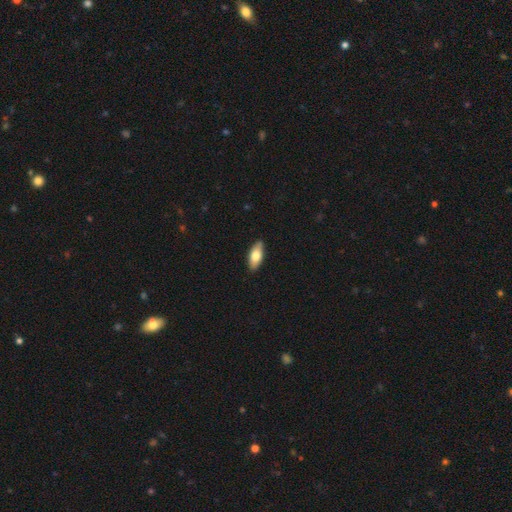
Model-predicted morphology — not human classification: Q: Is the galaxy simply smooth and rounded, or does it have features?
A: smooth — 72%.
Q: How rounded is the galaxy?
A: in between — 84%.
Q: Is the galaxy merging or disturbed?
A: none — 87%.